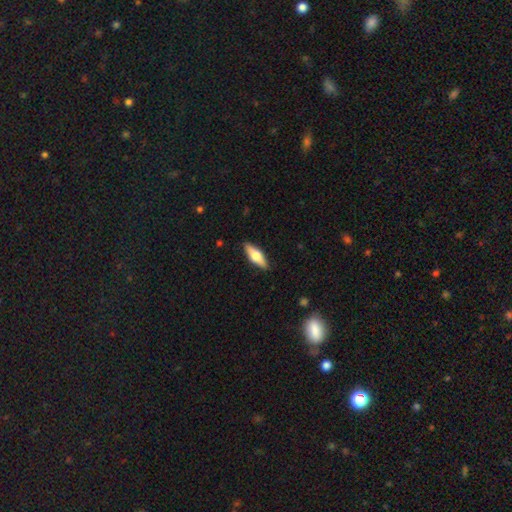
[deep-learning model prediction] The model was most divided on "smooth or featured": smooth: 54%, featured or disk: 41%, star or artifact: 6%. More confident: merging — none (89%); how rounded — in between (58%).